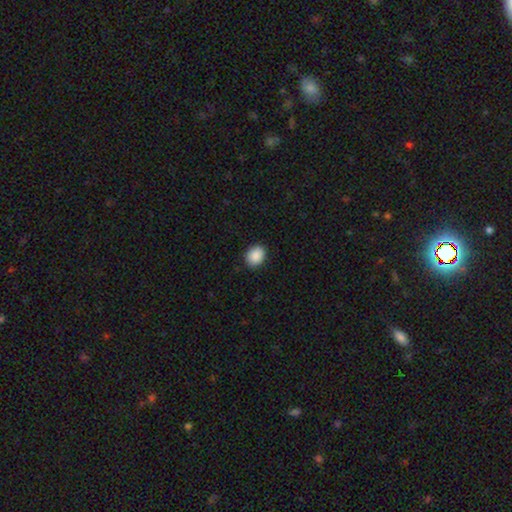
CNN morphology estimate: Overall: smooth (90%). How rounded: round (50%; in between 49%). Merging: none (89%).